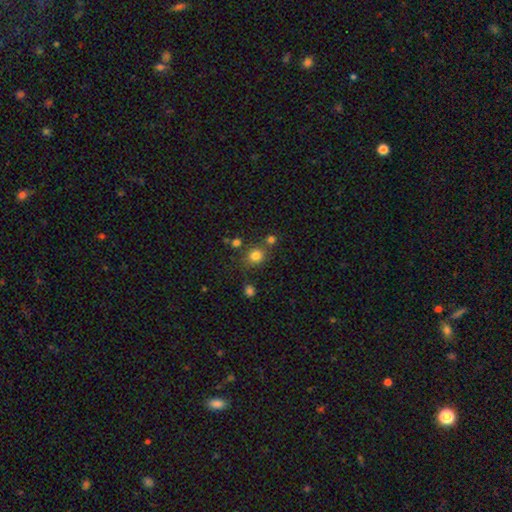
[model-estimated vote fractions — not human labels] smooth_or_featured: smooth (p=0.80) [alt: star or artifact p=0.14]
how_rounded: round (p=0.83) [alt: in between p=0.16]
merging: none (p=0.72) [alt: merger p=0.13]